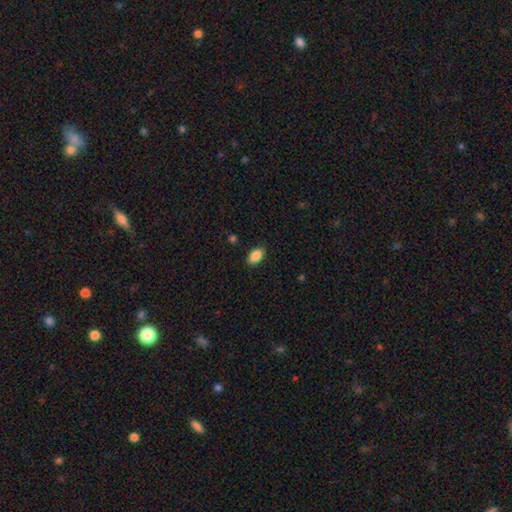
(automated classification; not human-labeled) The model was most divided on "merging": none: 88%, minor disturbance: 9%, major disturbance: 2%, merger: 1%. More confident: how rounded — in between (92%); smooth or featured — smooth (88%).